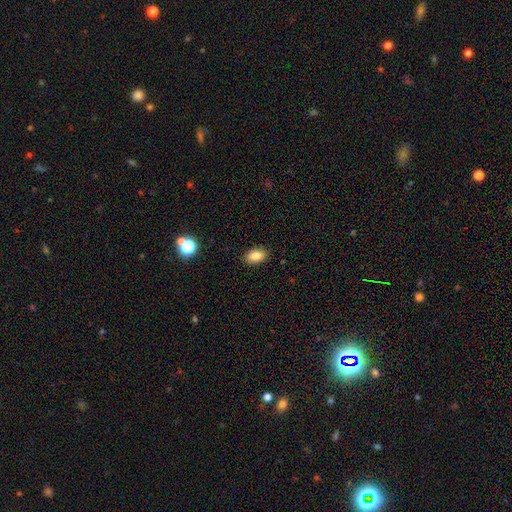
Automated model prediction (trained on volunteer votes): A smooth galaxy with no disk features (83%) that is in between round and cigar-shaped (87%). Merging: none (89%).